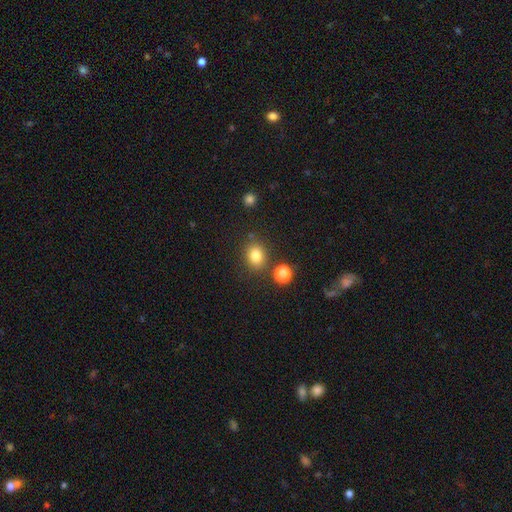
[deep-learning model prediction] This is clearly a smooth galaxy (81%). How rounded: possibly round (60%). Merging: likely none (79%).